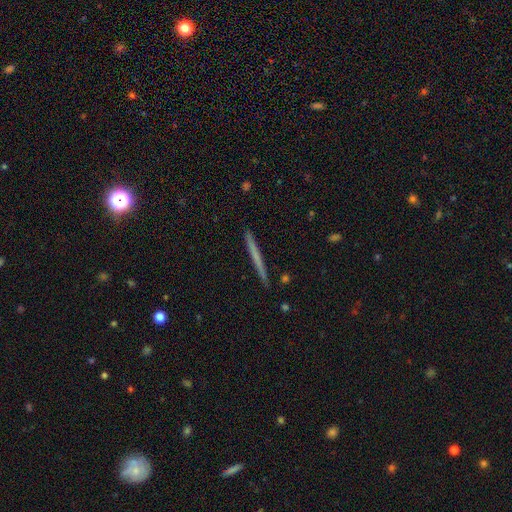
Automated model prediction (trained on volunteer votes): Overall: smooth (52%; featured or disk 42%). How rounded: cigar-shaped (97%). Merging: none (91%).